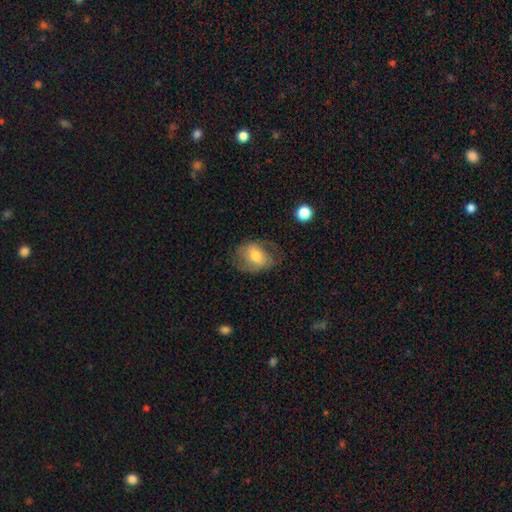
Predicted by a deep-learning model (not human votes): Smooth or featured: smooth — 52% (featured or disk — 41%)
How rounded: in between — 73% (round — 26%)
Merging: none — 58% (minor disturbance — 24%)